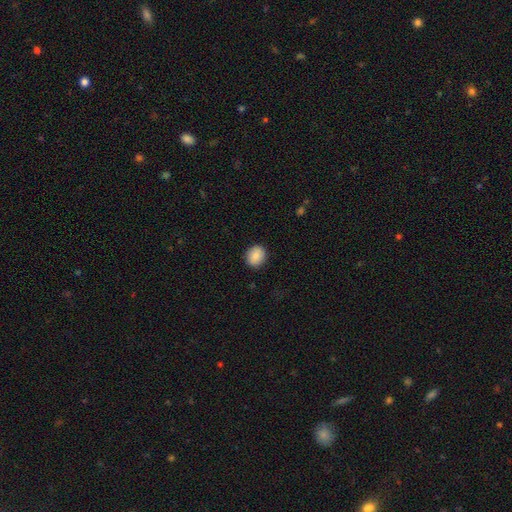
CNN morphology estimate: Smooth or featured? smooth (87%)
How rounded? round (70%)
Merging? none (90%)